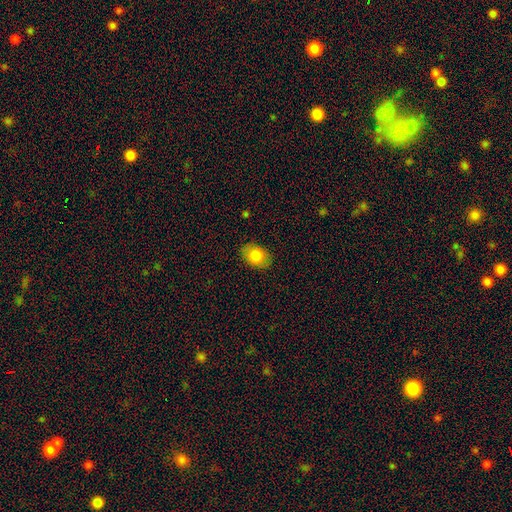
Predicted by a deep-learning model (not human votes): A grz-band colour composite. It shows a smooth galaxy with no disk features (81%) that is in between round and cigar-shaped (77%). Merging: none (86%).